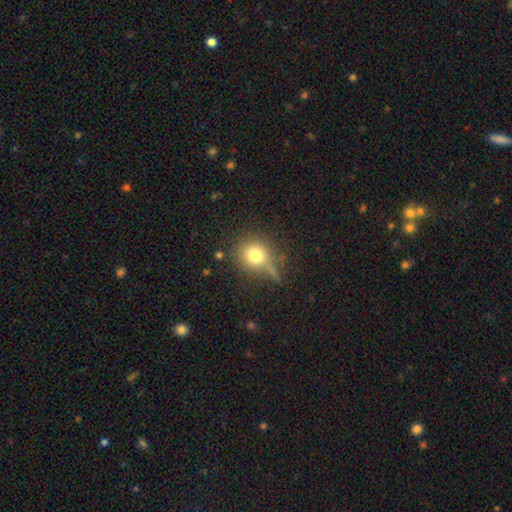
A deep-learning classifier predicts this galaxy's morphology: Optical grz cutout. It shows a smooth galaxy with no disk features (75%) that is round (85%). Merging: none (62%).